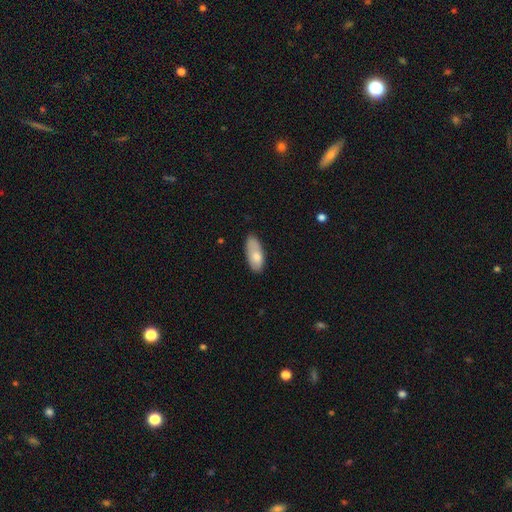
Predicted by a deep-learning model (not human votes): This appears to be a smooth galaxy with no disk features (78%) that is in between round and cigar-shaped (85%). Merging: none (66%).